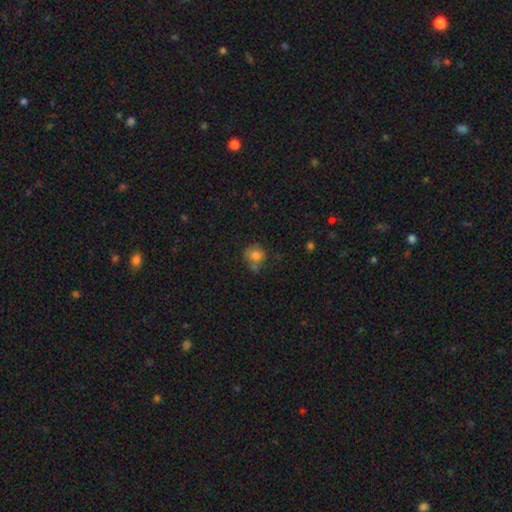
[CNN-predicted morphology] type=smooth (78%); roundness=round (80%); merging=none (54%).